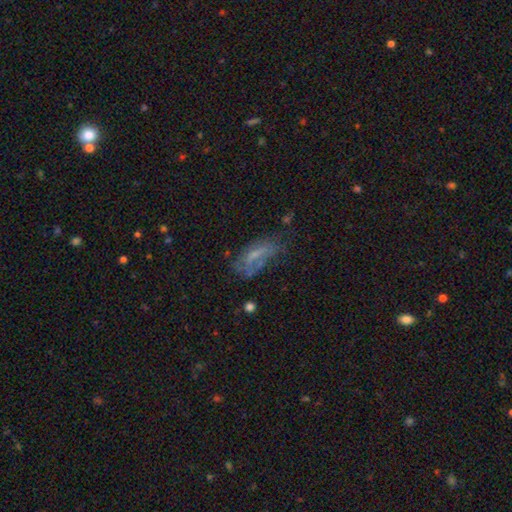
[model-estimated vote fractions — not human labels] smooth_or_featured: smooth (p=0.43) [alt: featured or disk p=0.42]
merging: none (p=0.40) [alt: minor disturbance p=0.28]